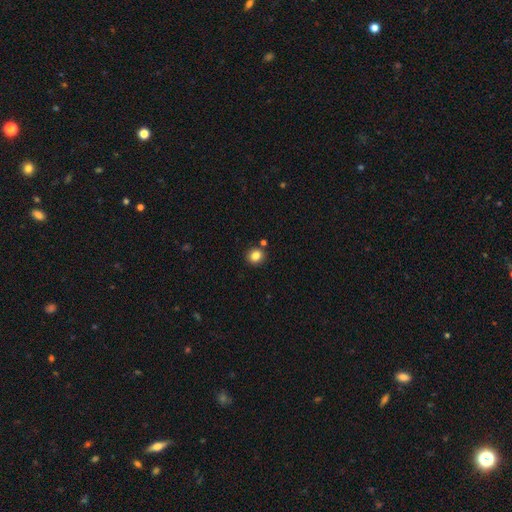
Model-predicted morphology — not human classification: Q: Smooth or featured?
A: smooth (83%); runner-up: star or artifact (11%)
Q: How rounded?
A: round (89%); runner-up: in between (10%)
Q: Merging?
A: none (87%); runner-up: minor disturbance (7%)